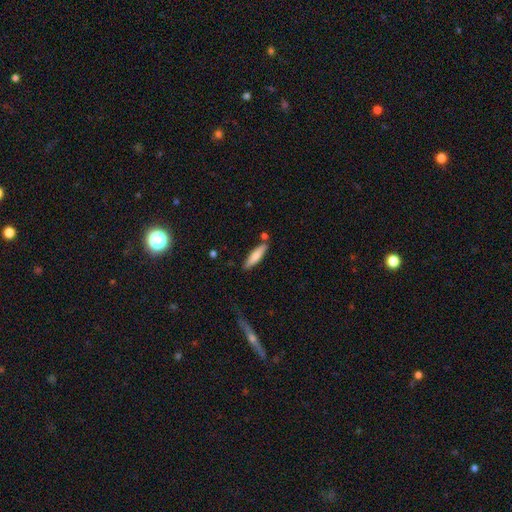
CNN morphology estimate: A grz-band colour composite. It shows a smooth galaxy with no disk features (75%) that is cigar-shaped (77%). Merging: none (80%).